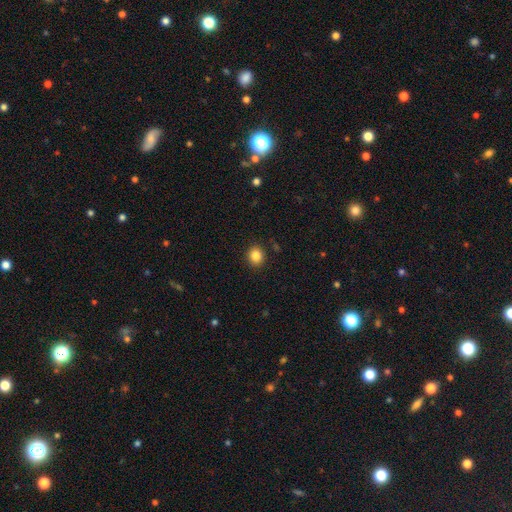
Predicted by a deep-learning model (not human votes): Smooth or featured: smooth — 85% (star or artifact — 11%)
How rounded: round — 77% (in between — 22%)
Merging: none — 90% (minor disturbance — 7%)